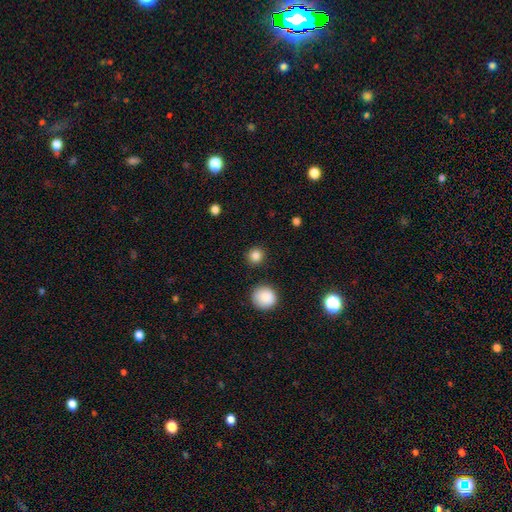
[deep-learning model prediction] Smooth or featured? smooth (85%)
How rounded? round (93%)
Merging? none (90%)